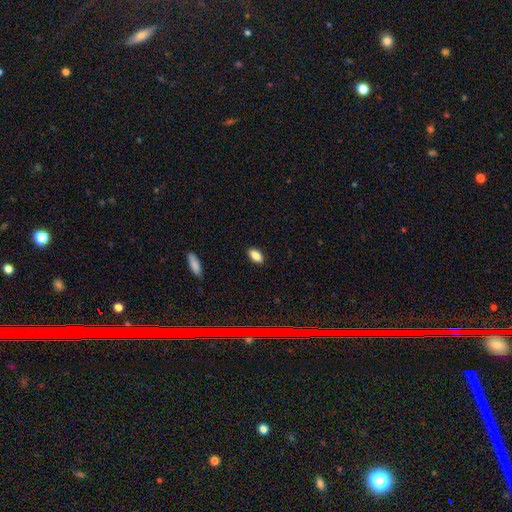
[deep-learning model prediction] Overall: smooth (83%). How rounded: in between (89%). Merging: none (88%).